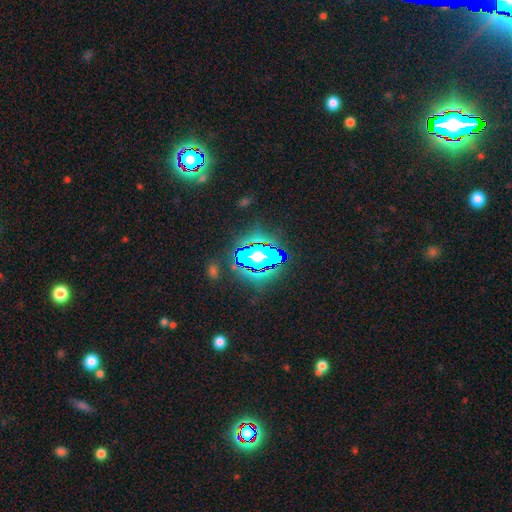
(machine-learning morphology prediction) star or artifact 82%, smooth 11%, featured or disk 7%.